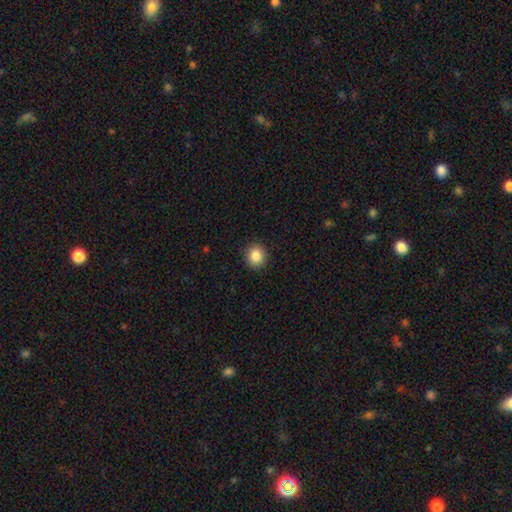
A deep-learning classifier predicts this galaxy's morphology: smooth 86%, star or artifact 9%, featured or disk 4%. Down the decision tree: how rounded — round (83%); merging — none (91%).